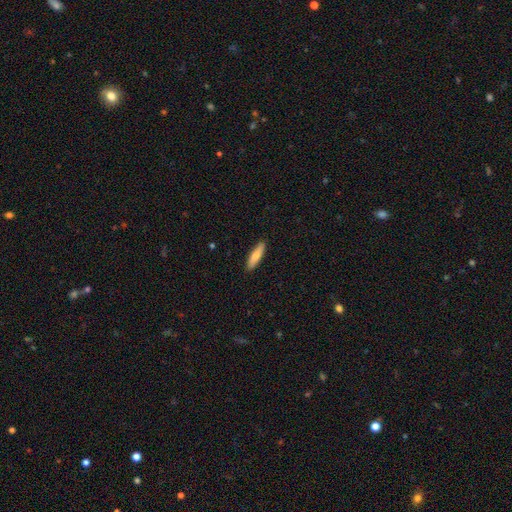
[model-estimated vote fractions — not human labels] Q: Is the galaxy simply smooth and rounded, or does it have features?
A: smooth — 77%.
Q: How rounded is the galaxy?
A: cigar-shaped — 72%.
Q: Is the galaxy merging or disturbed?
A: none — 90%.